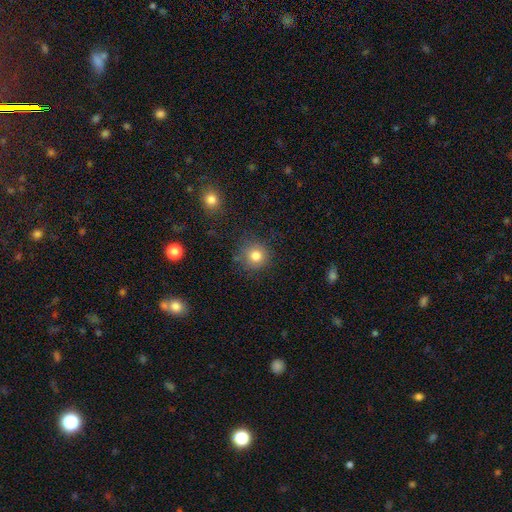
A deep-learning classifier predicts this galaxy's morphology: Q: Smooth or featured?
A: smooth (80%); runner-up: star or artifact (13%)
Q: How rounded?
A: round (92%); runner-up: in between (7%)
Q: Merging?
A: none (83%); runner-up: minor disturbance (11%)